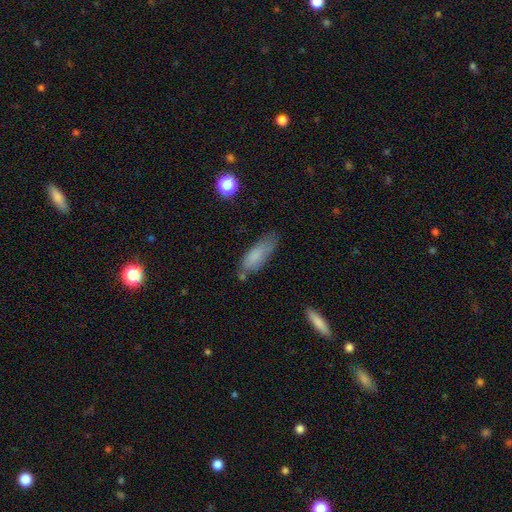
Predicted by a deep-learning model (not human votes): A smooth galaxy with no disk features (80%) that is in between round and cigar-shaped (64%). Merging: none (57%).